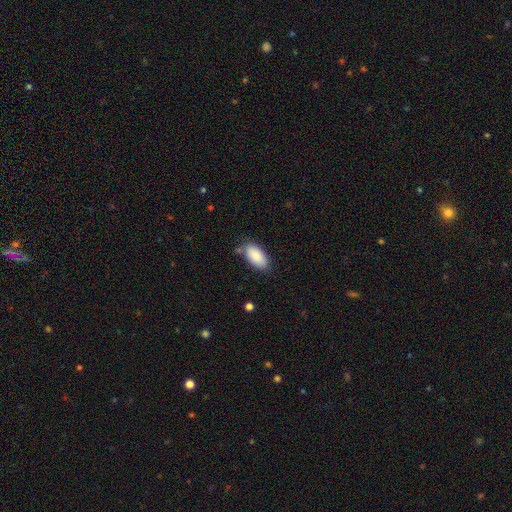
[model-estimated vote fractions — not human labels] A smooth galaxy with no disk features (87%) that is in between round and cigar-shaped (93%). Merging: none (74%).